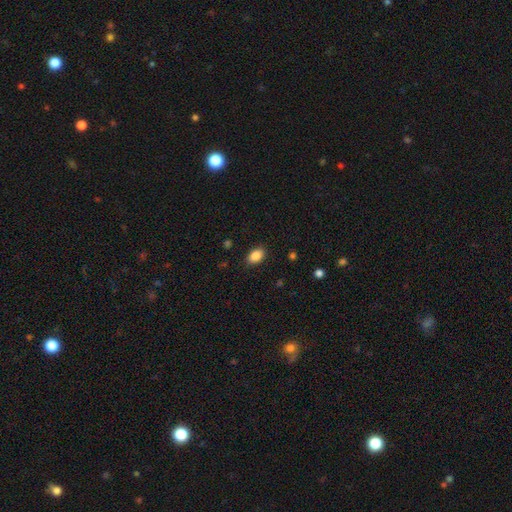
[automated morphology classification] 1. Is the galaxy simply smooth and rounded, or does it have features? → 87% smooth, 8% star or artifact, 5% featured or disk.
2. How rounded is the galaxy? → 85% in between, 13% round, 1% cigar-shaped.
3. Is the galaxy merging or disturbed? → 86% none, 10% minor disturbance, 2% major disturbance, 1% merger.